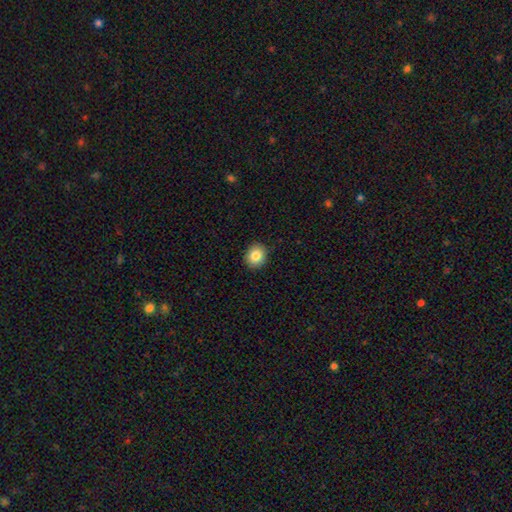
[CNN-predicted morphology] Q: Smooth or featured?
A: smooth (84%); runner-up: star or artifact (9%)
Q: How rounded?
A: round (73%); runner-up: in between (26%)
Q: Merging?
A: none (90%); runner-up: minor disturbance (7%)